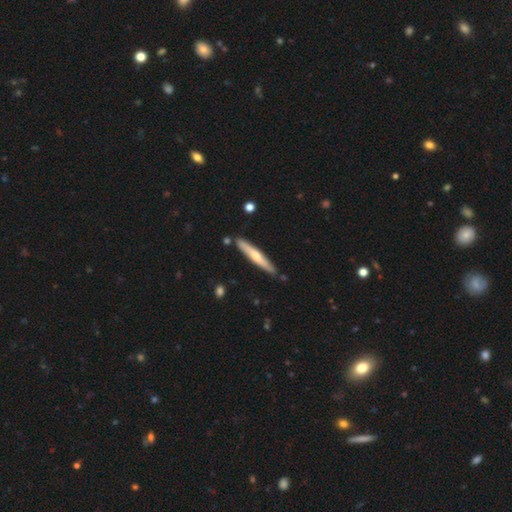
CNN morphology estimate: Smooth or featured? Predicted: smooth (p=0.52). How rounded? Predicted: cigar-shaped (p=0.93). Merging? Predicted: none (p=0.84).